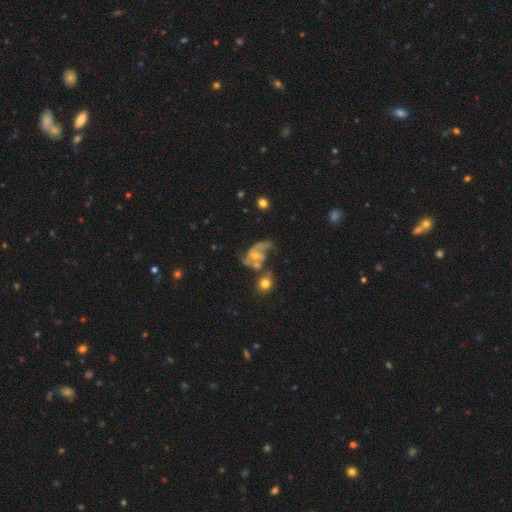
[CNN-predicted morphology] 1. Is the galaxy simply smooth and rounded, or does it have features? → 79% featured or disk, 14% smooth, 8% star or artifact.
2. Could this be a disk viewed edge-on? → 97% no, 3% yes.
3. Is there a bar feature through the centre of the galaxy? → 50% no, 39% weak, 11% strong.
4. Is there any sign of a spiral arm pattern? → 90% yes, 10% no.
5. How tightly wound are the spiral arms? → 44% medium, 41% loose, 15% tight.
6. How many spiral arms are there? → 75% 2, 10% 1, 8% can't tell, 4% 3, 1% 4, 1% more than 4.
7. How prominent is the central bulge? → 48% moderate, 45% small, 4% none, 3% large, 1% dominant.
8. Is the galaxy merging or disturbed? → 34% none, 23% major disturbance, 22% minor disturbance, 20% merger.